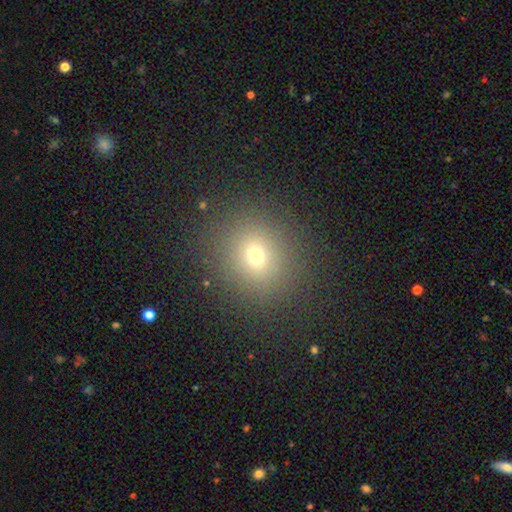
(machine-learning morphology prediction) The model was most divided on "smooth or featured": smooth: 69%, star or artifact: 20%, featured or disk: 11%. More confident: merging — none (87%); how rounded — round (81%).